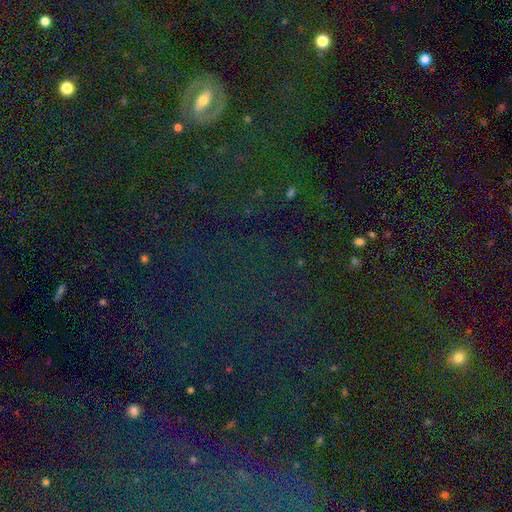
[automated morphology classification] Smooth or featured? star or artifact (71%)